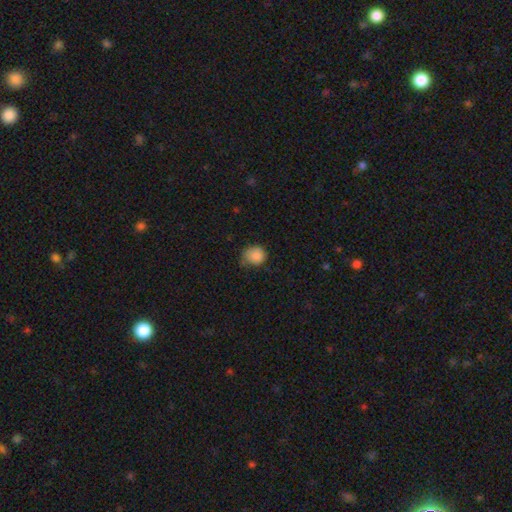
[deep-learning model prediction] Overall: smooth (86%). How rounded: round (79%). Merging: none (55%; minor disturbance 35%).